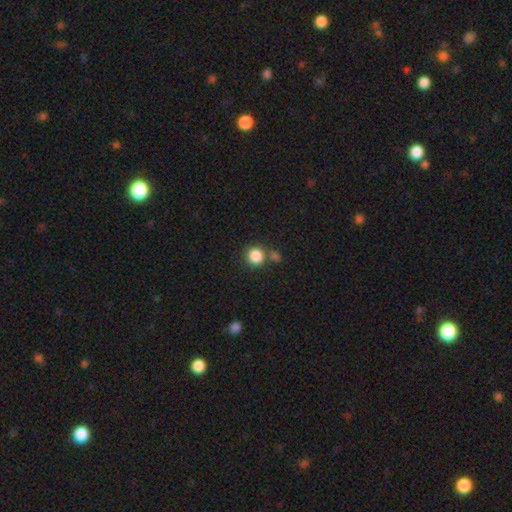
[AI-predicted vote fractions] This is clearly a smooth galaxy (85%). How rounded: clearly round (89%). Merging: likely none (68%).